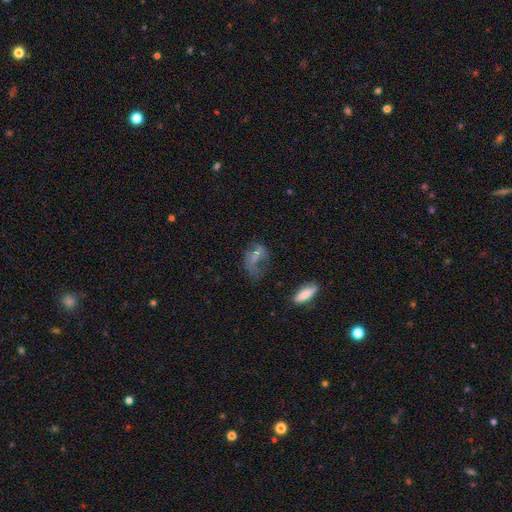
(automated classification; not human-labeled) smooth-or-featured: smooth: 55% | featured or disk: 29% | star or artifact: 16%
  how-rounded: in between: 76% | round: 12% | cigar-shaped: 11%
  merging: major disturbance: 40% | none: 30% | minor disturbance: 21% | merger: 8%